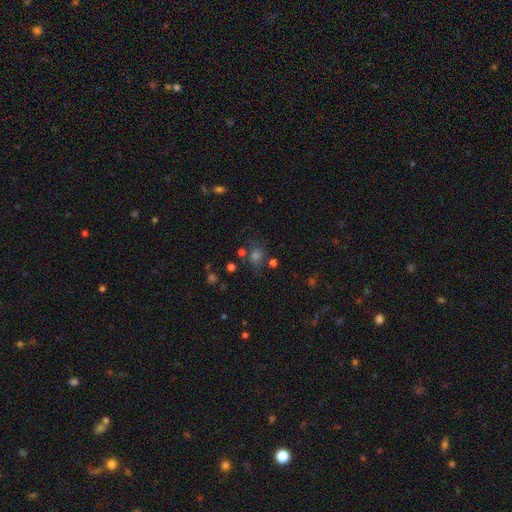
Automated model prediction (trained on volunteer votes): This is possibly a smooth galaxy (49%). Merging: likely none (64%).